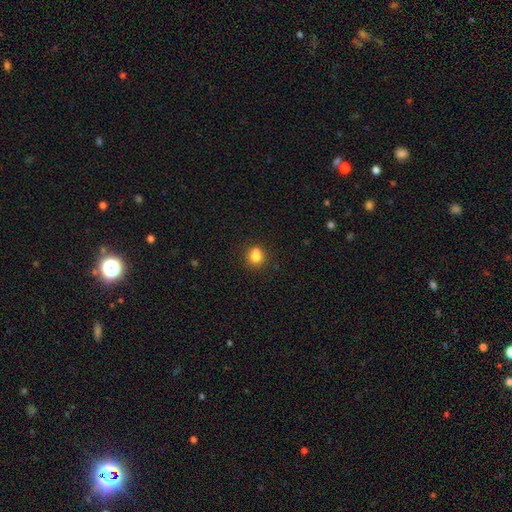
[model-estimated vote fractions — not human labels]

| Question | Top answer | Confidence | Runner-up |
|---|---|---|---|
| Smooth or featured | smooth | 79% | star or artifact (11%) |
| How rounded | round | 68% | in between (30%) |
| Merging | none | 56% | merger (26%) |